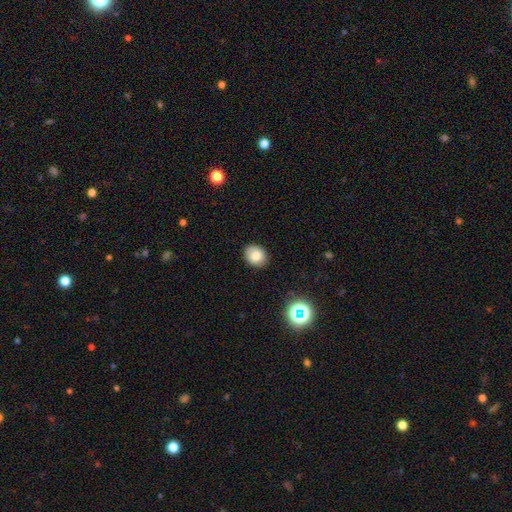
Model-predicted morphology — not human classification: The model was most divided on "how rounded": round: 56%, in between: 43%, cigar-shaped: 1%. More confident: merging — none (87%); smooth or featured — smooth (79%).